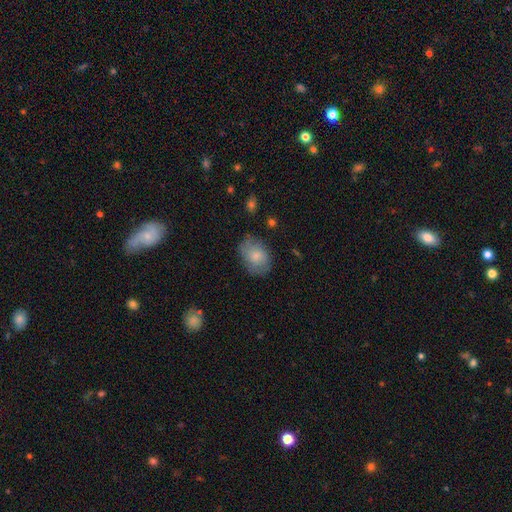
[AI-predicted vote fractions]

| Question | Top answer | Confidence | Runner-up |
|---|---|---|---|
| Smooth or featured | smooth | 74% | featured or disk (19%) |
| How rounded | in between | 77% | round (22%) |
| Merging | none | 71% | minor disturbance (21%) |